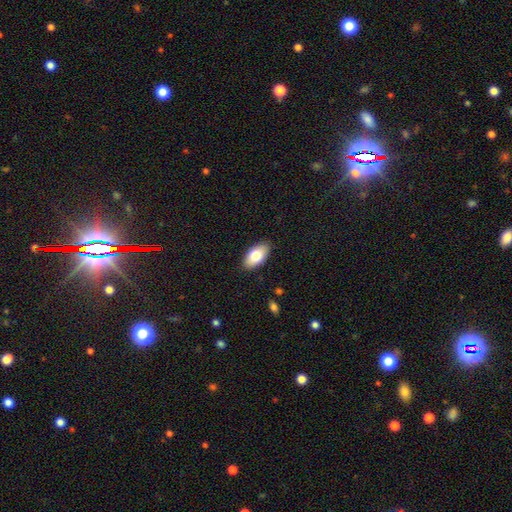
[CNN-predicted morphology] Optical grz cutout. It shows a smooth galaxy with no disk features (78%) that is in between round and cigar-shaped (94%). Merging: none (88%).